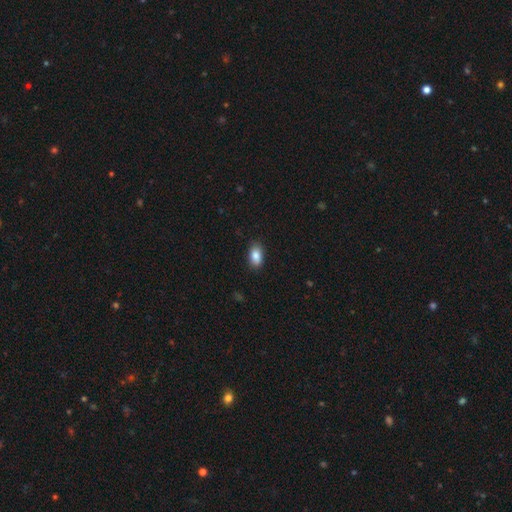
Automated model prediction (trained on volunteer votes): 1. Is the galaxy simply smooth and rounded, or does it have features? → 86% smooth, 8% star or artifact, 6% featured or disk.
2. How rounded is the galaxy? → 90% in between, 7% round, 2% cigar-shaped.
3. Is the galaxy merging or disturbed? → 86% none, 11% minor disturbance, 2% major disturbance, 1% merger.